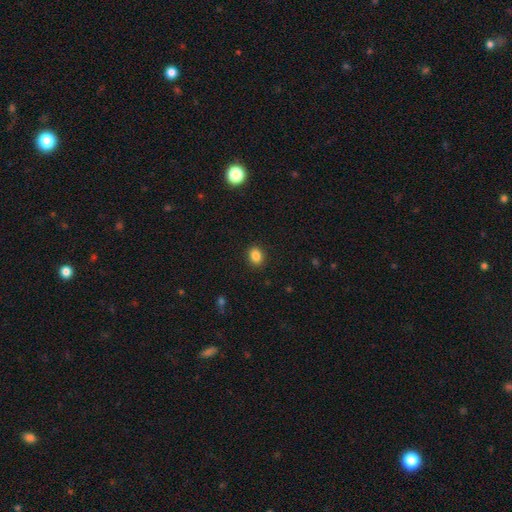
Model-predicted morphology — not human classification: This appears to be a smooth galaxy with no disk features (85%) that is in between round and cigar-shaped (55%). Merging: none (90%).